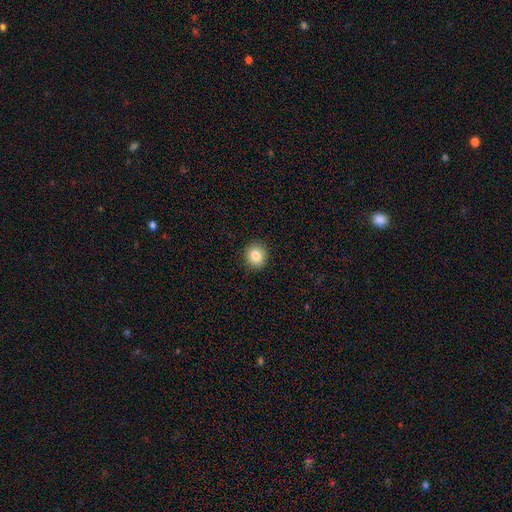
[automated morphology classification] This is clearly a smooth galaxy (84%). How rounded: likely round (79%). Merging: clearly none (91%).